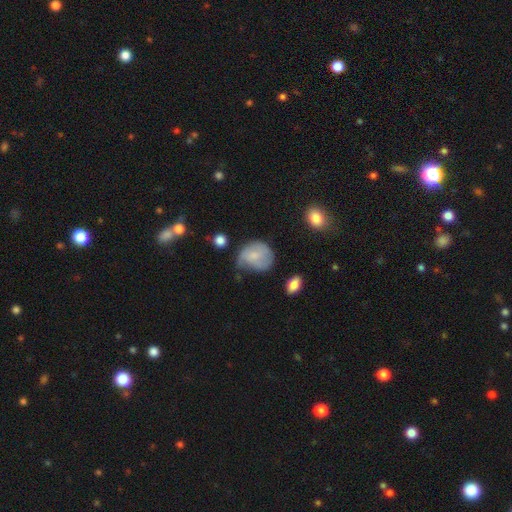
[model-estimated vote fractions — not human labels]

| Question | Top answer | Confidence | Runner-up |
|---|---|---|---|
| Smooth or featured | smooth | 58% | featured or disk (34%) |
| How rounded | round | 61% | in between (37%) |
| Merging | minor disturbance | 38% | none (36%) |